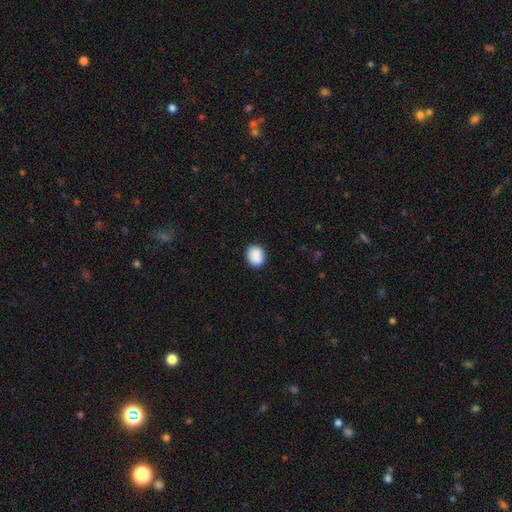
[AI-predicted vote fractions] Smooth or featured: smooth — 89% (star or artifact — 7%)
How rounded: round — 66% (in between — 33%)
Merging: none — 86% (minor disturbance — 10%)